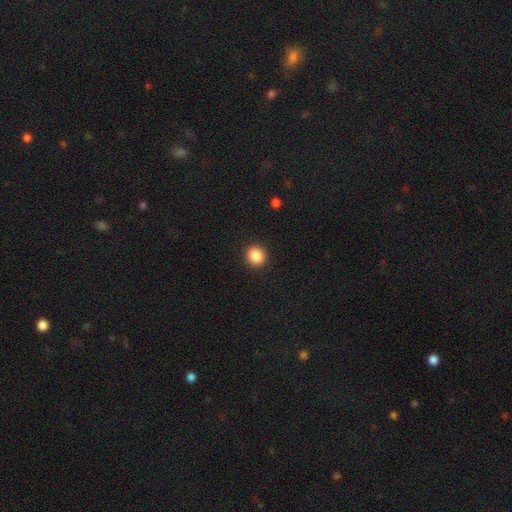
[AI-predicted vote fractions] smooth 87%, star or artifact 9%, featured or disk 3%. Down the decision tree: how rounded — round (84%); merging — none (91%).